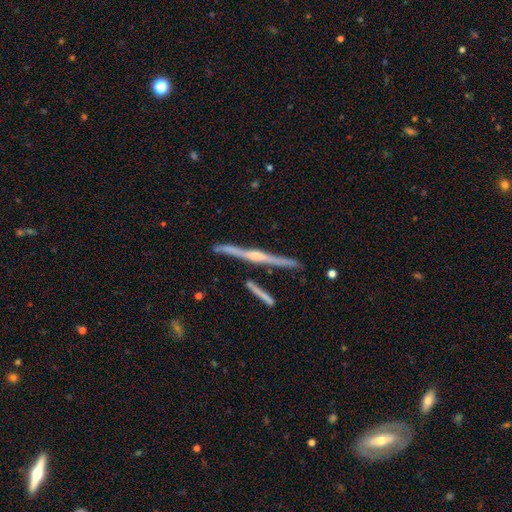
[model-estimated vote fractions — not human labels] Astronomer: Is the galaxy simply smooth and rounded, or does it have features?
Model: featured or disk — 85%.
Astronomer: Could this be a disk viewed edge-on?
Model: yes — 98%.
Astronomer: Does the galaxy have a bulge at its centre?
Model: rounded — 83%.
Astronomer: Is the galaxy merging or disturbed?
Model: none — 84%.